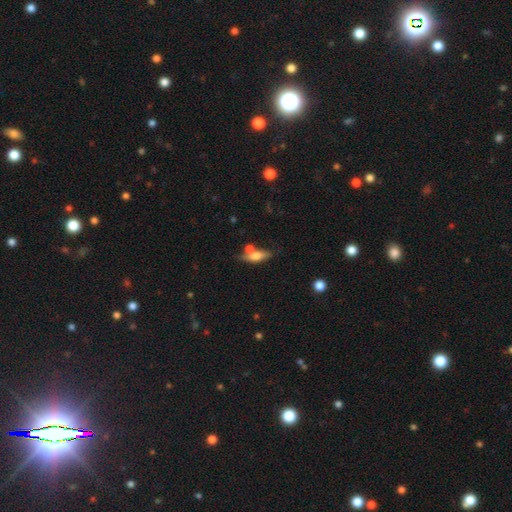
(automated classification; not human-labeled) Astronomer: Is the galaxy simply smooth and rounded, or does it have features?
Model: smooth — 59%.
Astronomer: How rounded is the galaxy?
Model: cigar-shaped — 49% (runner-up: in between, 47%).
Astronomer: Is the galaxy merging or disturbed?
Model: none — 58%.